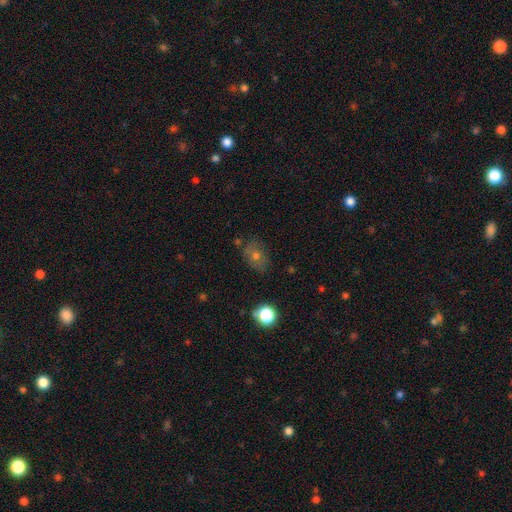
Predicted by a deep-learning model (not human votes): Smooth or featured? smooth (54%)
How rounded? in between (62%)
Merging? none (76%)